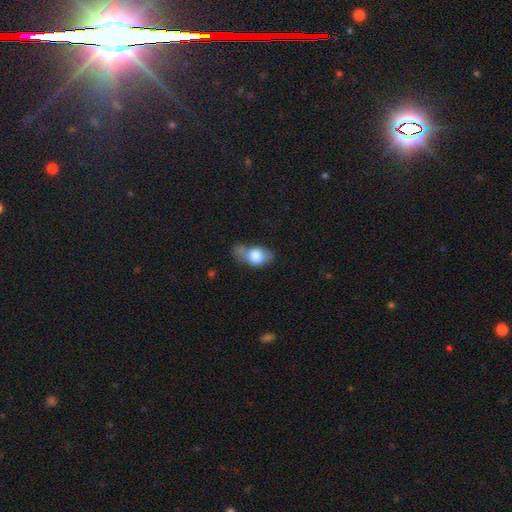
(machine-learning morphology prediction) smooth 72%, featured or disk 20%, star or artifact 8%. Down the decision tree: how rounded — in between (80%); merging — none (34%, tied with minor disturbance).